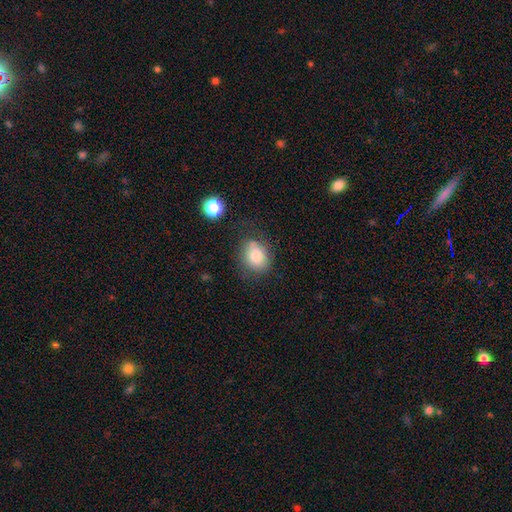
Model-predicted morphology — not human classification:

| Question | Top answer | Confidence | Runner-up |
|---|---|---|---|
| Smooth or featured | smooth | 80% | featured or disk (11%) |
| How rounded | round | 53% | in between (46%) |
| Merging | none | 63% | minor disturbance (23%) |